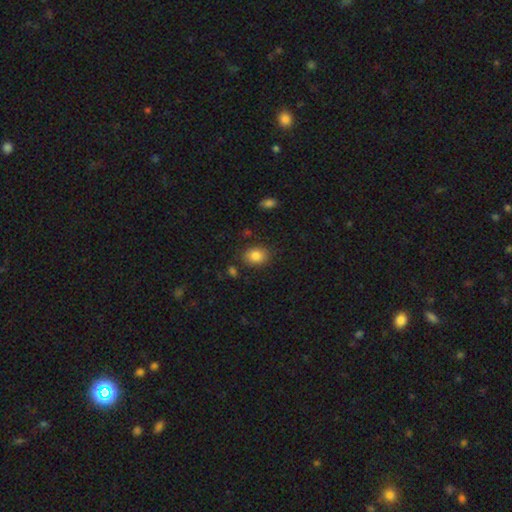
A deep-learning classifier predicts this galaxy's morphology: smooth_or_featured: smooth (p=0.84) [alt: star or artifact p=0.09]
how_rounded: in between (p=0.62) [alt: round p=0.37]
merging: none (p=0.84) [alt: minor disturbance p=0.11]